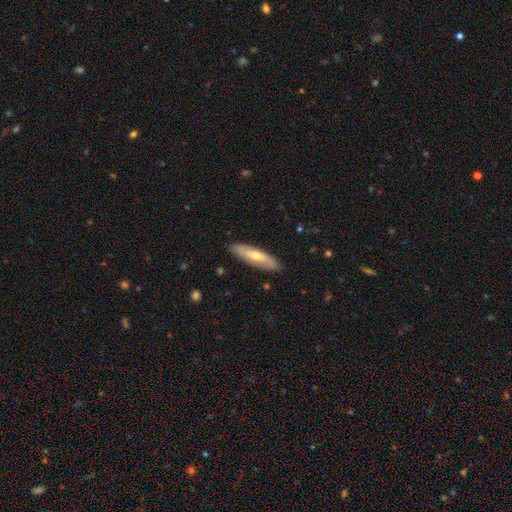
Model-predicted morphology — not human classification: type=featured or disk (49%); merging=none (87%).